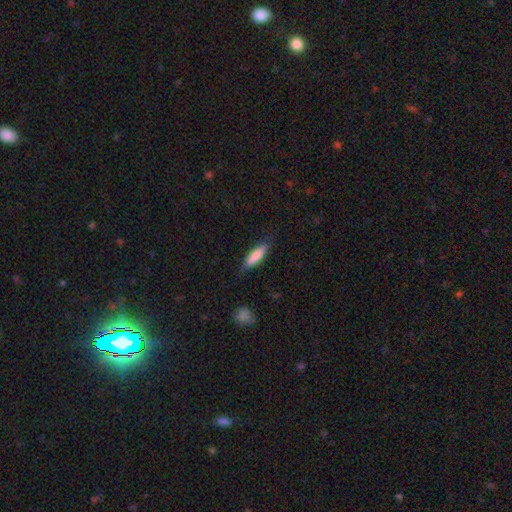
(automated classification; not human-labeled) A smooth galaxy with no disk features (79%) that is cigar-shaped (60%). Merging: none (80%).